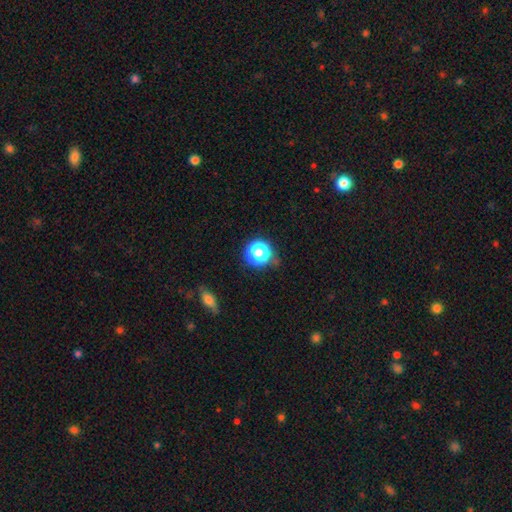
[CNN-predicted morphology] A smooth galaxy with no disk features (65%) that is round (87%).

Vote fractions:
- Smooth or featured? smooth: 65% / star or artifact: 28% / featured or disk: 8%
- How rounded? round: 87% / in between: 11% / cigar-shaped: 1%
- Merging? none: 75% / minor disturbance: 15% / major disturbance: 6% / merger: 4%